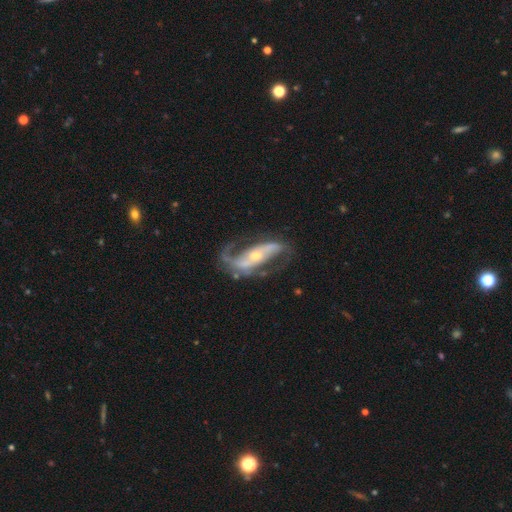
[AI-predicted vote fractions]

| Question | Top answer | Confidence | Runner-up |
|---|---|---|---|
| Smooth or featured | featured or disk | 88% | smooth (7%) |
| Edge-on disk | no | 92% | yes (8%) |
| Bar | strong | 45% | no (31%) |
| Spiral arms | yes | 94% | no (6%) |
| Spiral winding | loose | 48% | medium (39%) |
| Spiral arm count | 2 | 88% | 1 (5%) |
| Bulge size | small | 49% | moderate (46%) |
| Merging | none | 65% | minor disturbance (17%) |